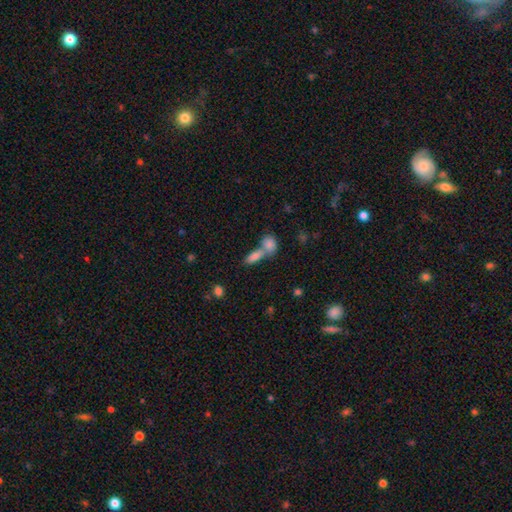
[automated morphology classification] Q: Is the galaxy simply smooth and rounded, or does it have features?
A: smooth — 79%.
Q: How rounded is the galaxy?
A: in between — 74%.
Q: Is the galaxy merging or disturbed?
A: merger — 56%.